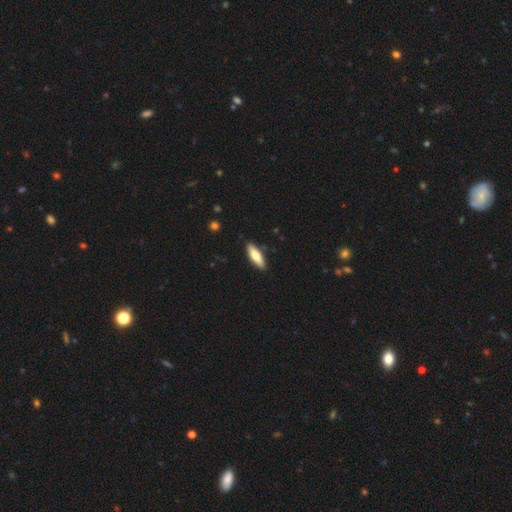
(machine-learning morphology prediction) Q: Smooth or featured?
A: smooth (70%); runner-up: featured or disk (25%)
Q: How rounded?
A: cigar-shaped (53%); runner-up: in between (45%)
Q: Merging?
A: none (88%); runner-up: minor disturbance (9%)